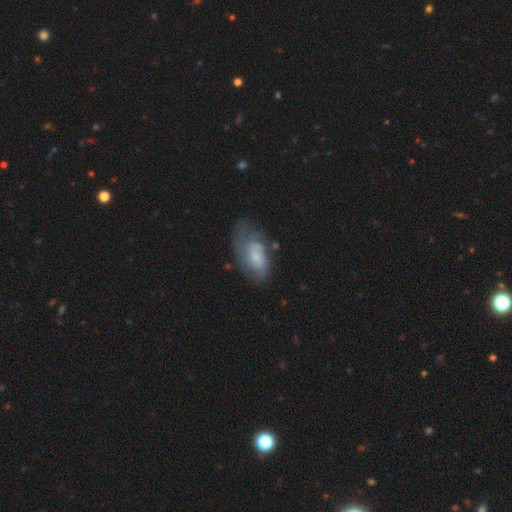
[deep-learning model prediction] A featured or disk galaxy (53%) with no bar (69%), spiral arms (74%) and a small central bulge (58%). Merging: none (42%).